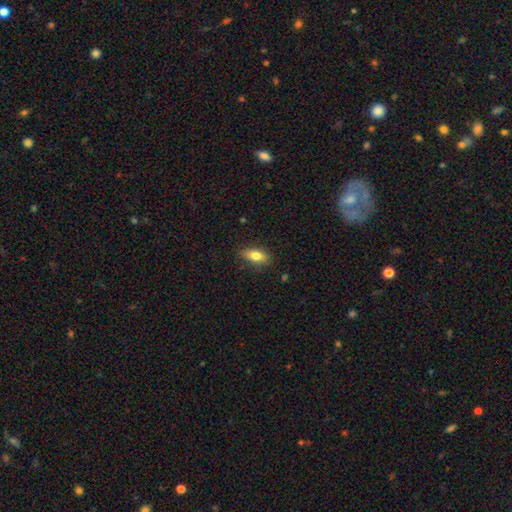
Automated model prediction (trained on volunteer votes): Overall: smooth (78%). How rounded: in between (80%). Merging: none (84%).